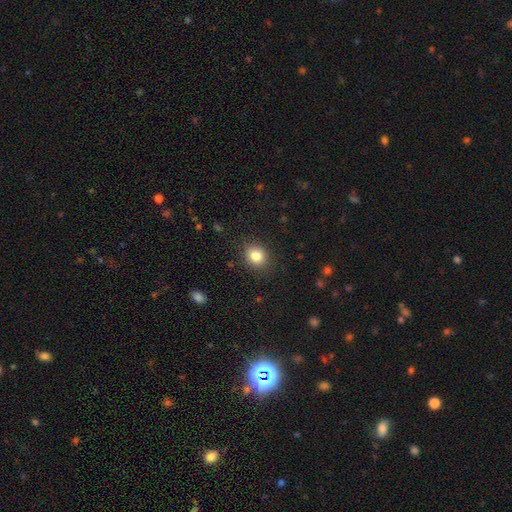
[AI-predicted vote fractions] Overall: smooth (83%). How rounded: round (70%). Merging: none (86%).